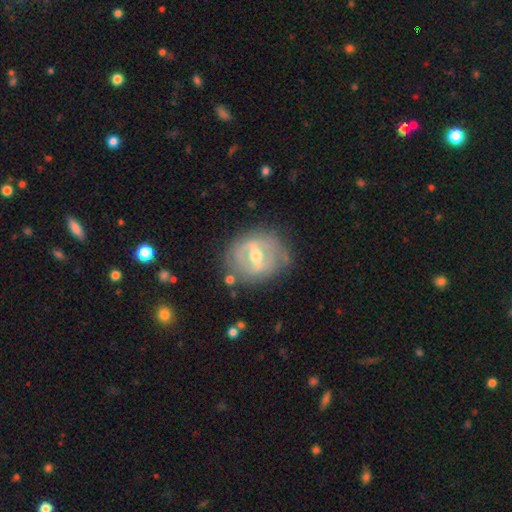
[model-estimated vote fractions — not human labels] A featured or disk galaxy (79%) with a strong bar (50%), spiral arms (60%) and a moderate central bulge (74%).

Vote fractions:
- Smooth or featured? featured or disk: 79% / smooth: 15% / star or artifact: 6%
- Edge-on disk? no: 94% / yes: 6%
- Bar? strong: 50% / weak: 38% / no: 11%
- Spiral arms? yes: 60% / no: 40%
- Bulge size? moderate: 74% / small: 20% / large: 5% / none: 1% / dominant: 1%
- Merging? none: 71% / minor disturbance: 20% / major disturbance: 7% / merger: 2%